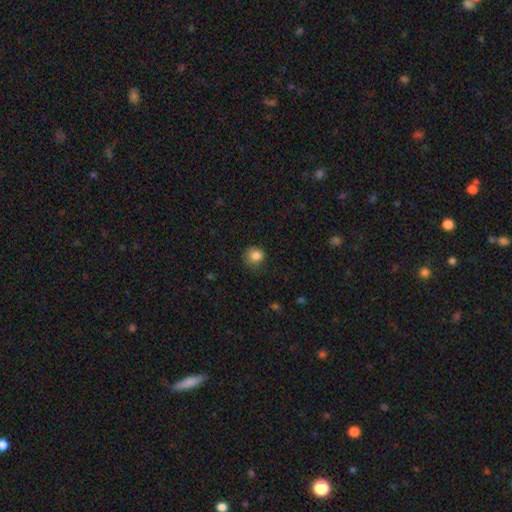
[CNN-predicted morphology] Overall: smooth (84%). How rounded: round (80%). Merging: none (72%).